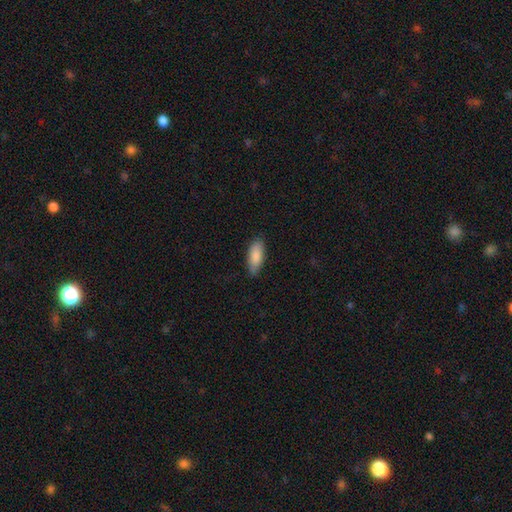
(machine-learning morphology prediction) smooth 87%, featured or disk 7%, star or artifact 6%. Down the decision tree: how rounded — in between (79%); merging — none (83%).